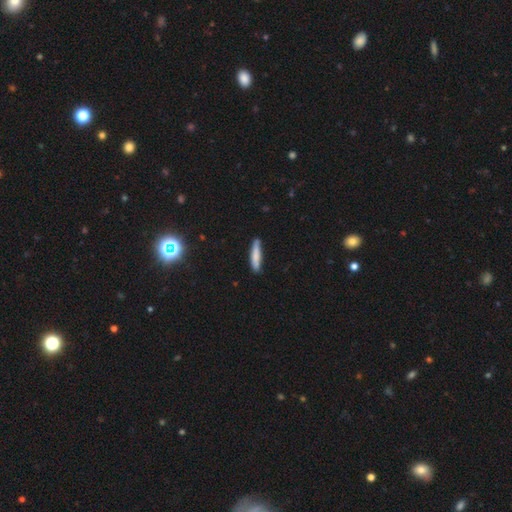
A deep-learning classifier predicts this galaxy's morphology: smooth_or_featured: smooth (p=0.78) [alt: featured or disk p=0.15]
how_rounded: cigar-shaped (p=0.88) [alt: in between p=0.11]
merging: none (p=0.81) [alt: minor disturbance p=0.15]